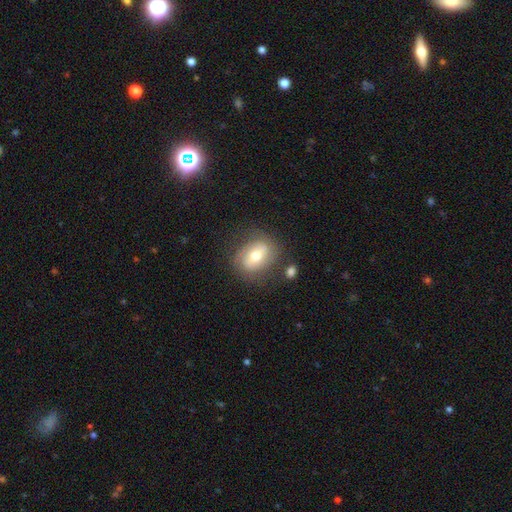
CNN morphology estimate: Q: Smooth or featured?
A: smooth (51%); runner-up: featured or disk (41%)
Q: How rounded?
A: in between (65%); runner-up: round (33%)
Q: Merging?
A: none (70%); runner-up: minor disturbance (18%)